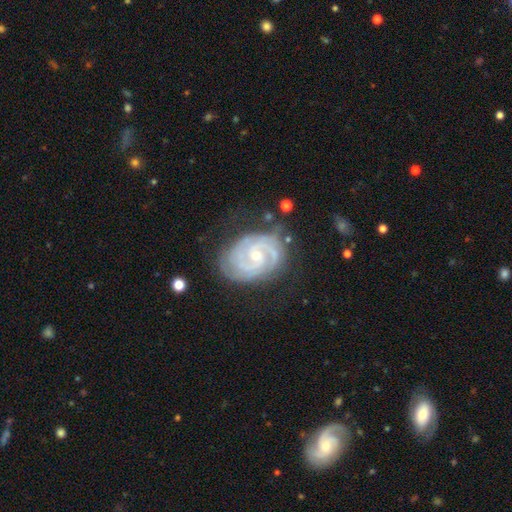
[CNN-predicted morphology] type=featured or disk (90%); edge-on=no (98%); bar=no (57%); spiral arms=yes (98%); winding=tight (70%); arm count=2 (57%); bulge=small (62%); merging=none (71%).